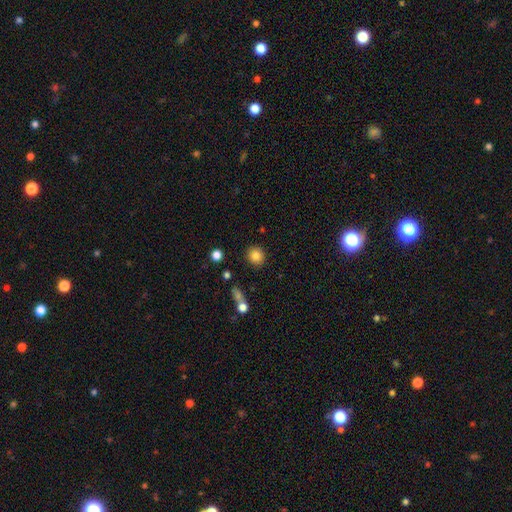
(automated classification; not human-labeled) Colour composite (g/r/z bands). It shows a smooth galaxy with no disk features (84%) that is round (88%). Merging: none (88%).